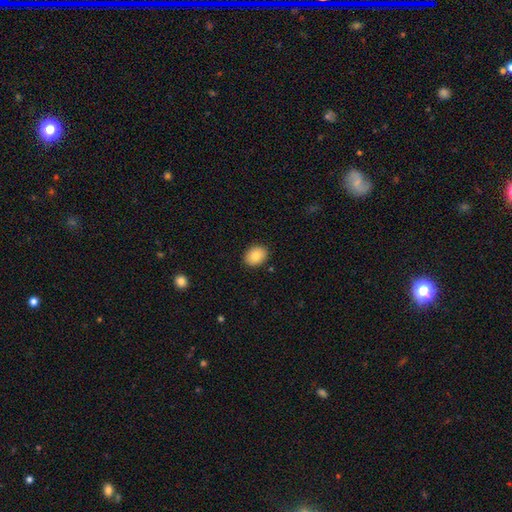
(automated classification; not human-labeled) smooth 83%, featured or disk 9%, star or artifact 8%. Down the decision tree: how rounded — in between (61%); merging — none (89%).